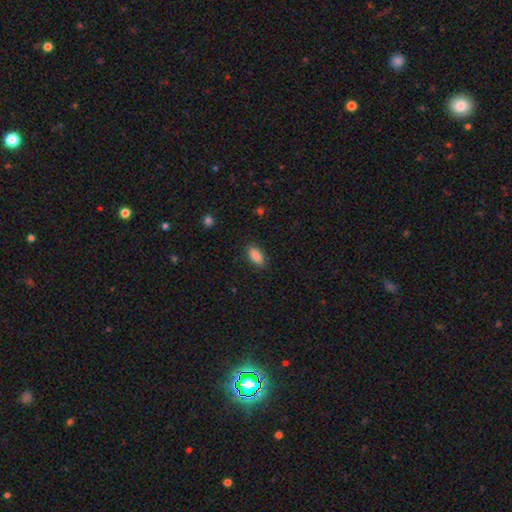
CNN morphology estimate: Smooth or featured?
  - smooth: 87% *
  - star or artifact: 7%
  - featured or disk: 6%
How rounded?
  - in between: 87% *
  - cigar-shaped: 10%
  - round: 3%
Merging?
  - none: 86% *
  - minor disturbance: 11%
  - major disturbance: 2%
  - merger: 1%